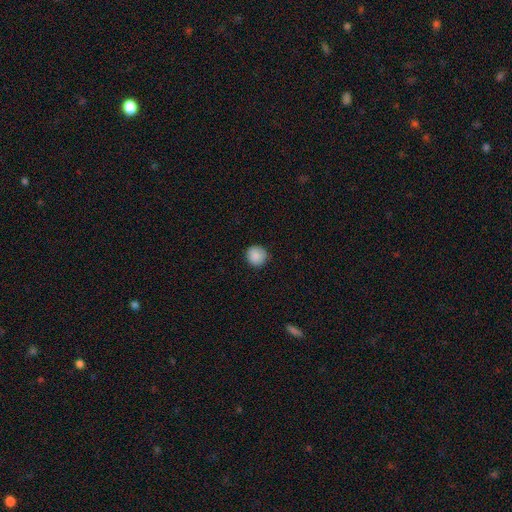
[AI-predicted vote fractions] smooth_or_featured: smooth (p=0.87) [alt: star or artifact p=0.08]
how_rounded: round (p=0.94) [alt: in between p=0.05]
merging: none (p=0.88) [alt: minor disturbance p=0.09]